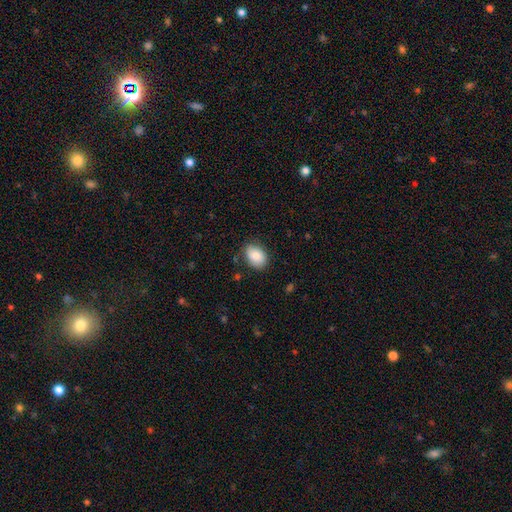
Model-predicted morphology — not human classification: Smooth or featured?
  - smooth: 83% *
  - featured or disk: 10%
  - star or artifact: 7%
How rounded?
  - in between: 77% *
  - round: 22%
  - cigar-shaped: 1%
Merging?
  - none: 81% *
  - minor disturbance: 15%
  - major disturbance: 3%
  - merger: 1%